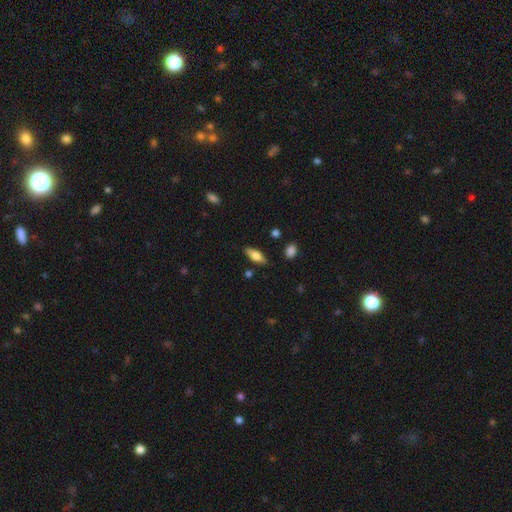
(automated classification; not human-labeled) Smooth or featured?
  - smooth: 64% *
  - featured or disk: 30%
  - star or artifact: 7%
How rounded?
  - in between: 64% *
  - cigar-shaped: 34%
  - round: 3%
Merging?
  - none: 84% *
  - minor disturbance: 11%
  - major disturbance: 2%
  - merger: 2%